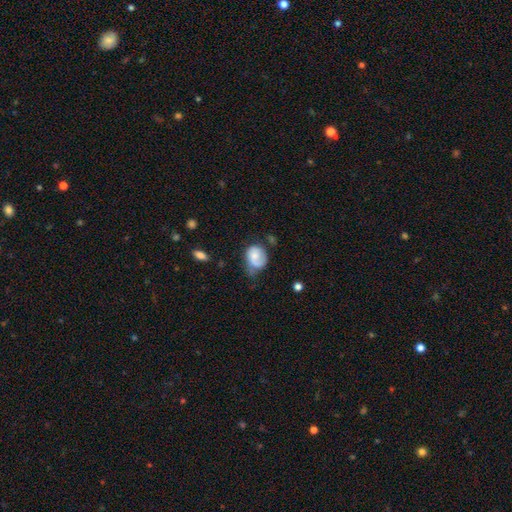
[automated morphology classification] This is likely a smooth galaxy (60%). How rounded: possibly in between (50%). Merging: marginally none (37%).